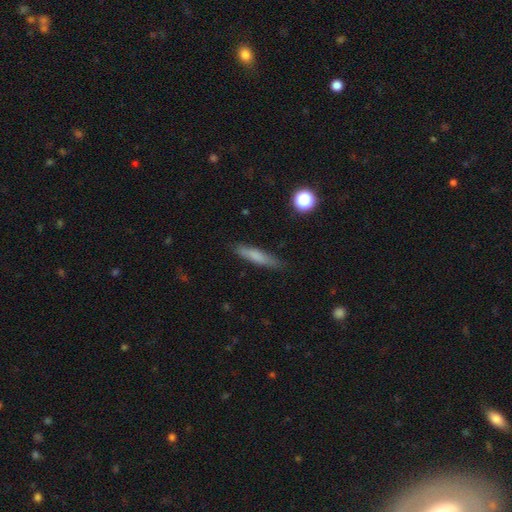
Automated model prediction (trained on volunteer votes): This appears to be a smooth galaxy with no disk features (71%) that is cigar-shaped (84%). Merging: none (84%).